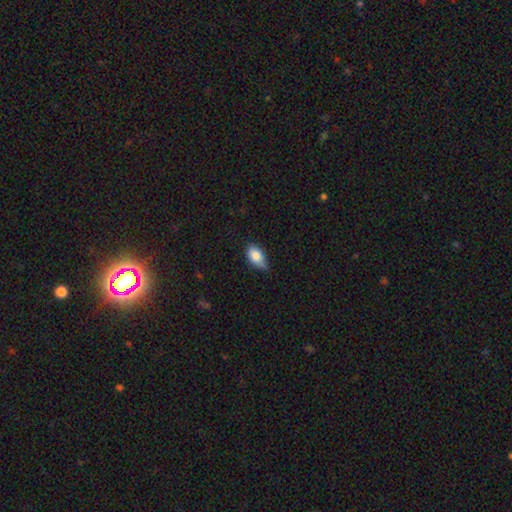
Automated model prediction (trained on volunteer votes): This is clearly a smooth galaxy (82%). How rounded: clearly in between (90%). Merging: possibly none (49%).